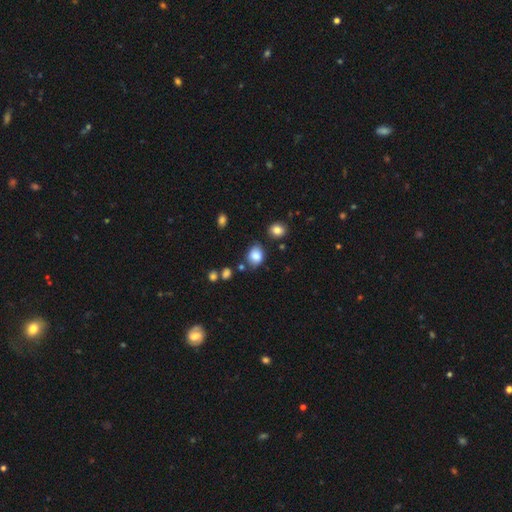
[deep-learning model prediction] A smooth galaxy with no disk features (83%) that is in between round and cigar-shaped (59%).

Vote fractions:
- Smooth or featured? smooth: 83% / star or artifact: 10% / featured or disk: 8%
- How rounded? in between: 59% / round: 40% / cigar-shaped: 1%
- Merging? none: 66% / minor disturbance: 22% / merger: 7% / major disturbance: 5%